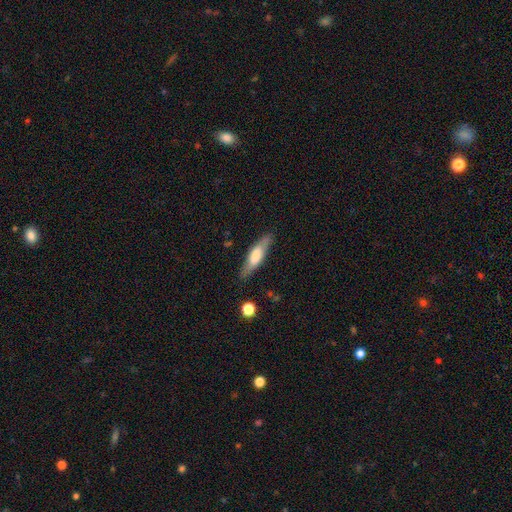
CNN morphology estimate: This appears to be a smooth galaxy with no disk features (55%) that is cigar-shaped (69%). Merging: none (82%).